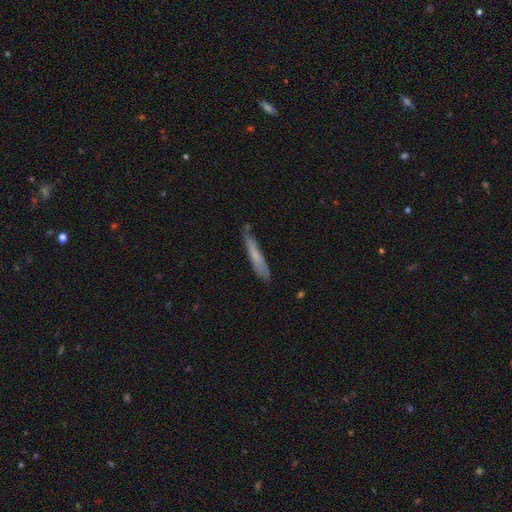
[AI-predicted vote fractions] smooth 62%, featured or disk 32%, star or artifact 7%. Down the decision tree: how rounded — cigar-shaped (93%); merging — none (73%).